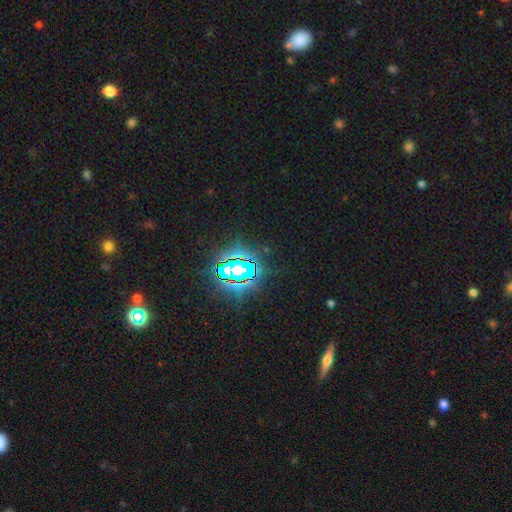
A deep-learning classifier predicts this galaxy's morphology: Smooth or featured? star or artifact (81%)